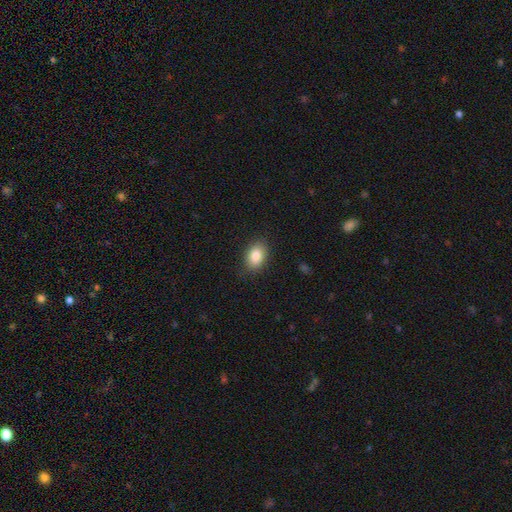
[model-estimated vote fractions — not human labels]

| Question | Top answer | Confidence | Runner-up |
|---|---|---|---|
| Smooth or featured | smooth | 84% | star or artifact (8%) |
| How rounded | in between | 80% | round (19%) |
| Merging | none | 85% | minor disturbance (11%) |